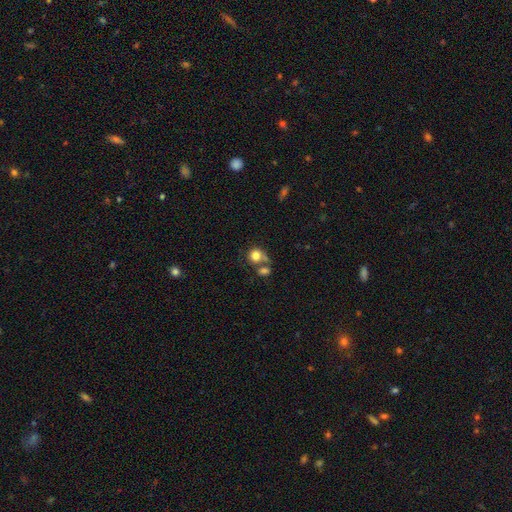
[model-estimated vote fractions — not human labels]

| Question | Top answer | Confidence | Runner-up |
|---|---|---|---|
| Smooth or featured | smooth | 79% | featured or disk (11%) |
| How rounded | round | 79% | in between (20%) |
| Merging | merger | 40% | tied: none (40%) |